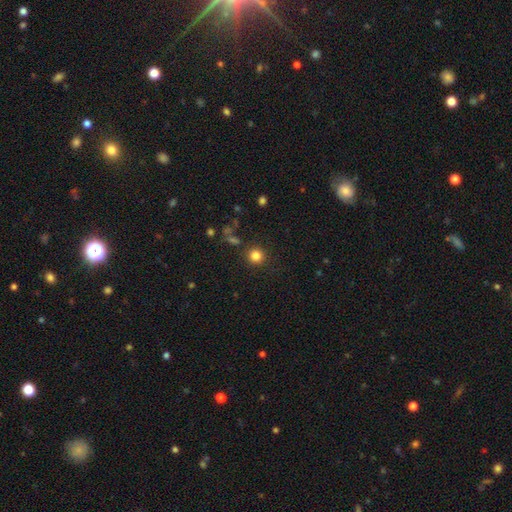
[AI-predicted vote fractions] Morphology: type=smooth (82%); roundness=round (94%); merging=none (88%).